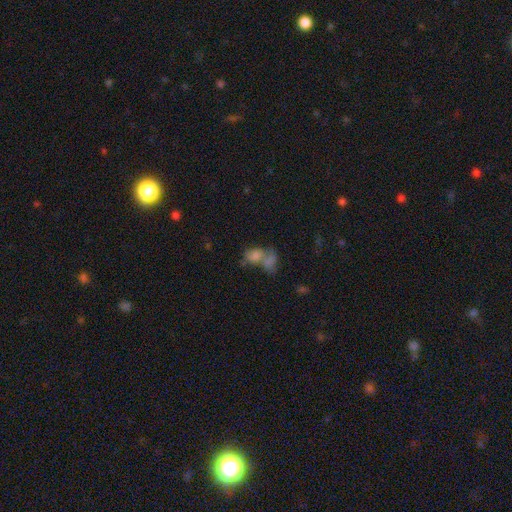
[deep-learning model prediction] smooth 68%, featured or disk 18%, star or artifact 14%. Down the decision tree: how rounded — in between (80%); merging — merger (65%).